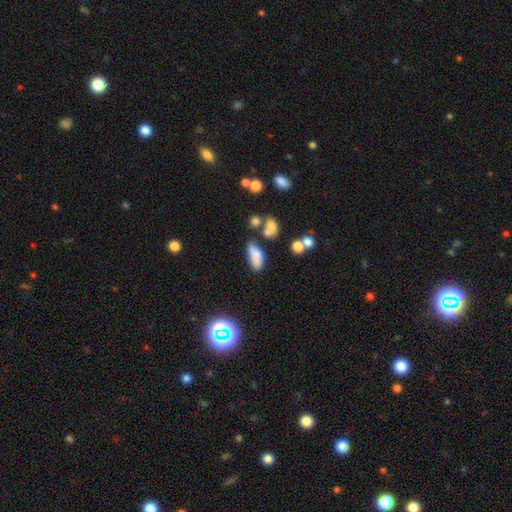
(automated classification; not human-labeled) Smooth or featured? smooth (76%)
How rounded? in between (79%)
Merging? none (47%)